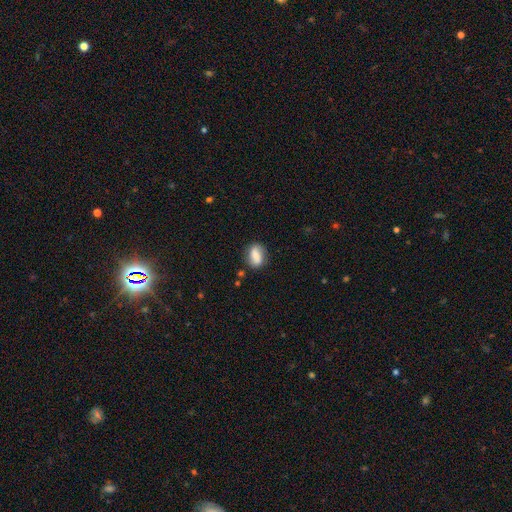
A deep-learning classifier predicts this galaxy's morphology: smooth_or_featured: smooth (p=0.69) [alt: featured or disk p=0.23]
how_rounded: in between (p=0.74) [alt: round p=0.21]
merging: none (p=0.74) [alt: minor disturbance p=0.17]